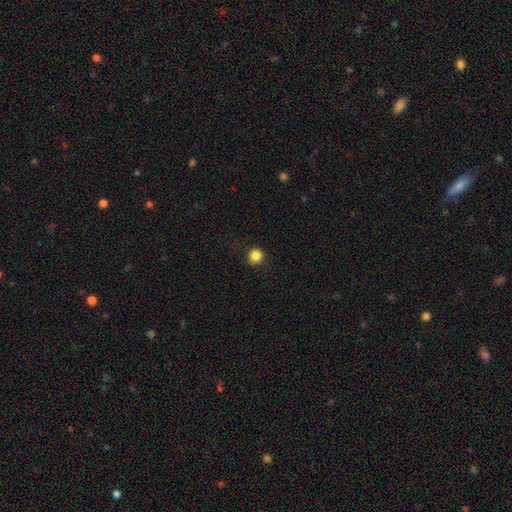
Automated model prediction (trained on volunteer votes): A smooth galaxy with no disk features (86%) that is round (92%).

Vote fractions:
- Smooth or featured? smooth: 86% / star or artifact: 11% / featured or disk: 3%
- How rounded? round: 92% / in between: 7% / cigar-shaped: 1%
- Merging? none: 89% / minor disturbance: 8% / major disturbance: 2% / merger: 1%